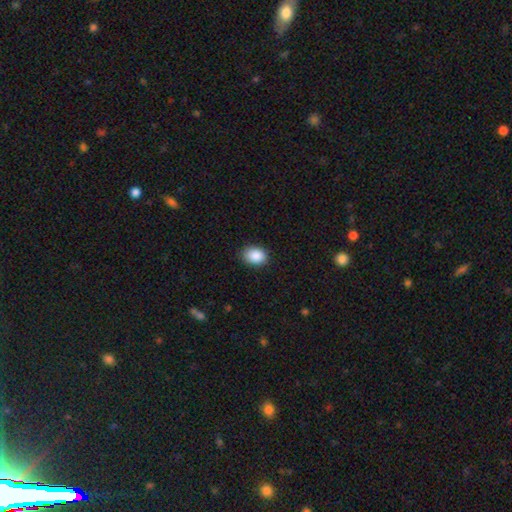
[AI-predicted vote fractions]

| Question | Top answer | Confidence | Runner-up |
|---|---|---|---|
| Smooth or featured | smooth | 88% | star or artifact (8%) |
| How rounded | in between | 68% | round (31%) |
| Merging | none | 86% | minor disturbance (11%) |